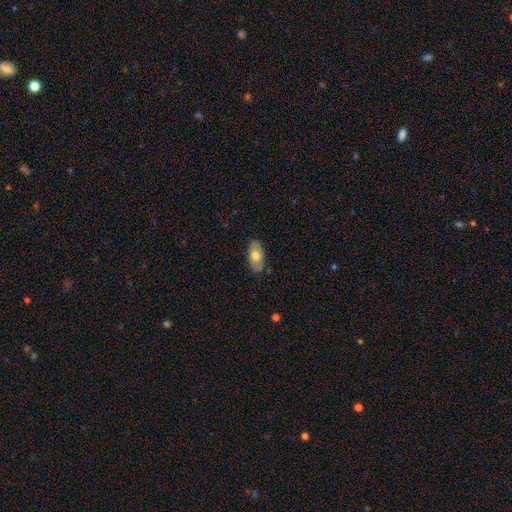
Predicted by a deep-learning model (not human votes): Overall: smooth (63%; featured or disk 31%). How rounded: in between (93%). Merging: none (83%).